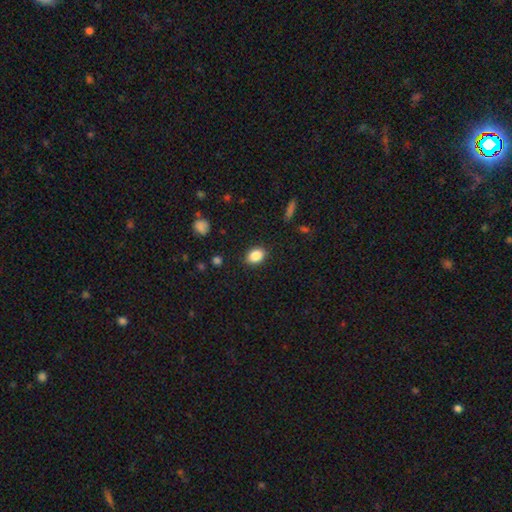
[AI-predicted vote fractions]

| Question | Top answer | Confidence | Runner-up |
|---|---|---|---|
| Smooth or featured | smooth | 86% | star or artifact (9%) |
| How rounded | in between | 68% | round (31%) |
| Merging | none | 87% | minor disturbance (9%) |